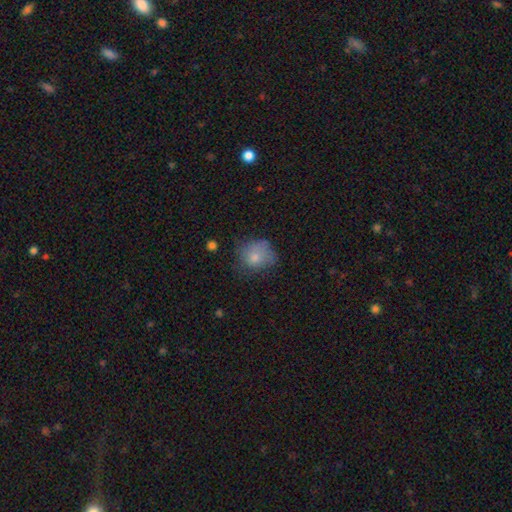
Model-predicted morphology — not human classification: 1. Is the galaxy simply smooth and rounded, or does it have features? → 77% smooth, 14% featured or disk, 10% star or artifact.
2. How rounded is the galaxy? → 69% round, 30% in between, 1% cigar-shaped.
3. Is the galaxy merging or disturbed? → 50% none, 31% minor disturbance, 16% major disturbance, 3% merger.